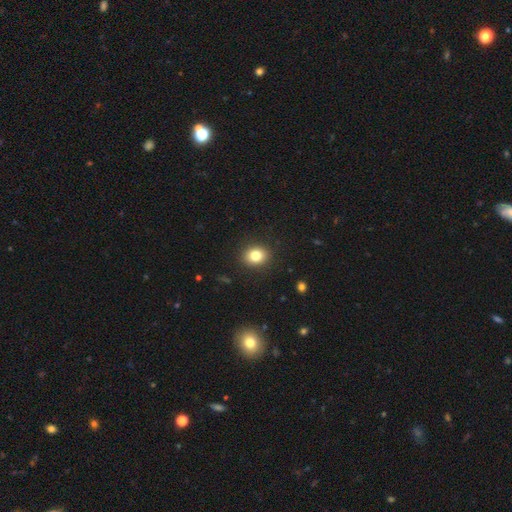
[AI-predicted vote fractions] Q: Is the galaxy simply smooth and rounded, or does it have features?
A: smooth — 81%.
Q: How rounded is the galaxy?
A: round — 61%.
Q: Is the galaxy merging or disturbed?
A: none — 90%.